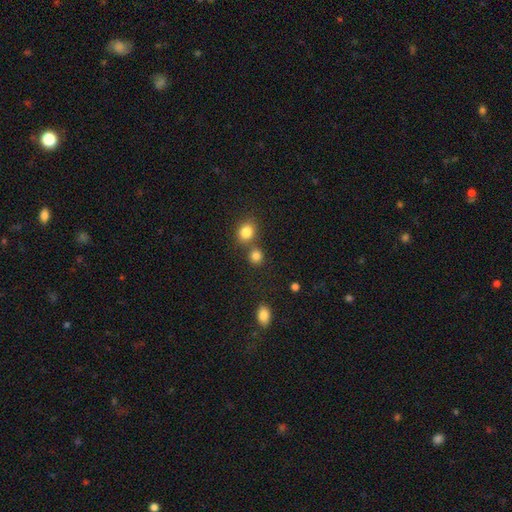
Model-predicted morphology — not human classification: Smooth or featured? smooth (79%)
How rounded? round (76%)
Merging? none (61%)